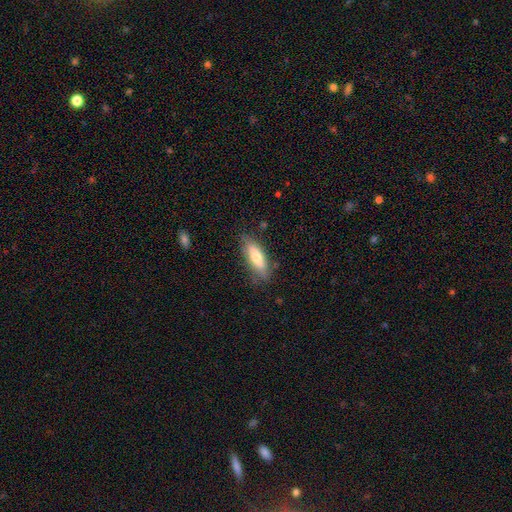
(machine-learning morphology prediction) Smooth or featured?
  - smooth: 66% *
  - featured or disk: 28%
  - star or artifact: 7%
How rounded?
  - in between: 58% *
  - cigar-shaped: 40%
  - round: 2%
Merging?
  - none: 78% *
  - minor disturbance: 17%
  - major disturbance: 4%
  - merger: 2%